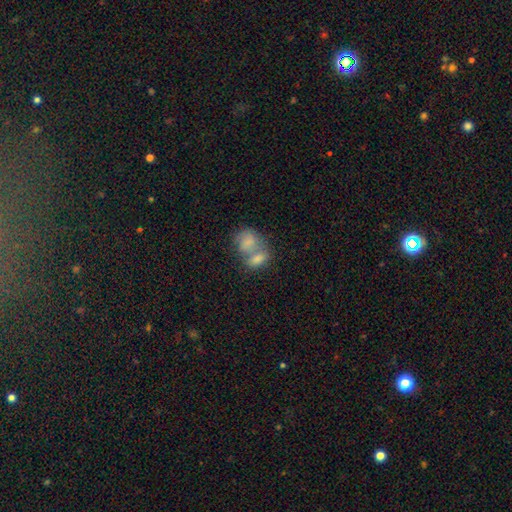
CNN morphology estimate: This appears to be a smooth galaxy with no disk features (76%) that is in between round and cigar-shaped (71%). Merging: merger (69%).